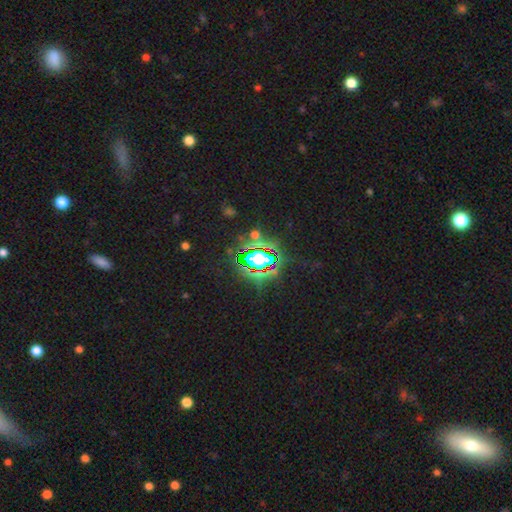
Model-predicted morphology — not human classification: star or artifact 74%, smooth 16%, featured or disk 10%.